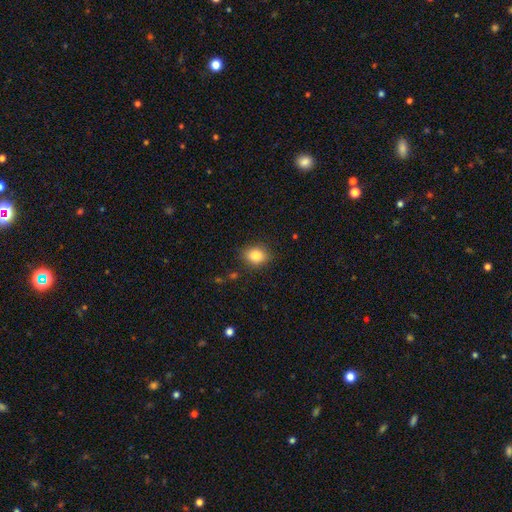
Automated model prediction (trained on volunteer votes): Morphology: type=smooth (84%); roundness=round (50%); merging=none (83%).